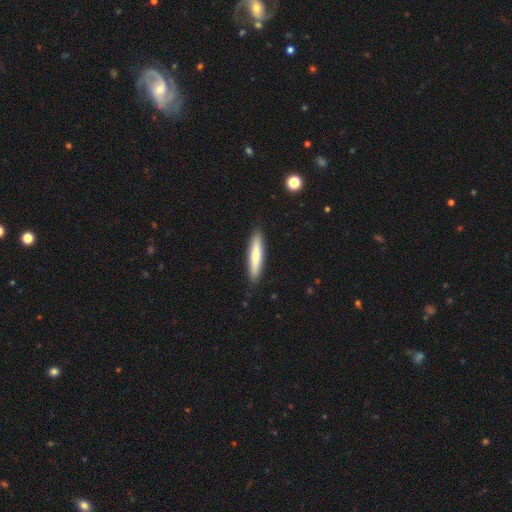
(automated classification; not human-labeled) Overall: smooth (73%). How rounded: cigar-shaped (86%). Merging: none (89%).